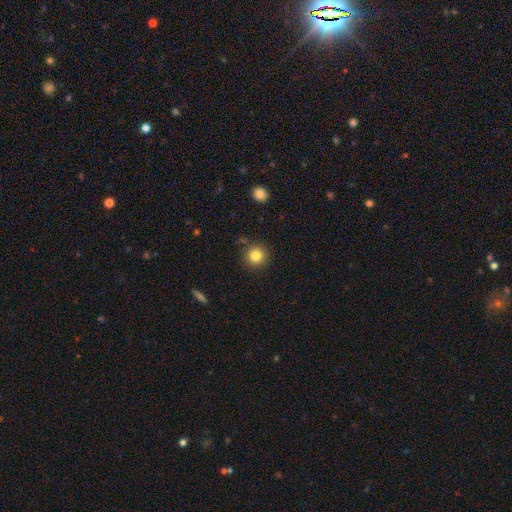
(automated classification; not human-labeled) Q: Smooth or featured?
A: smooth (84%); runner-up: star or artifact (11%)
Q: How rounded?
A: round (93%); runner-up: in between (6%)
Q: Merging?
A: none (86%); runner-up: minor disturbance (8%)